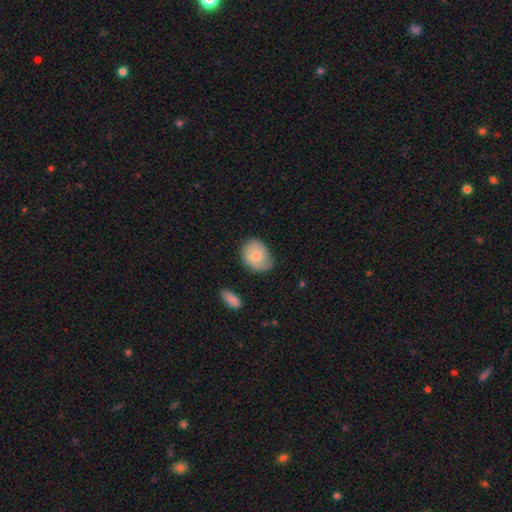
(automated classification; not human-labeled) Smooth or featured? Predicted: smooth (p=0.64). How rounded? Predicted: in between (p=0.52). Merging? Predicted: none (p=0.55).